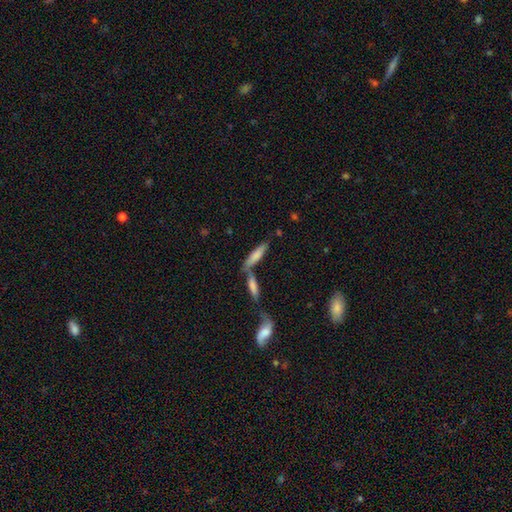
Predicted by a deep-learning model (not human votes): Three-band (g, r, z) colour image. It shows a smooth galaxy with no disk features (73%) that is cigar-shaped (70%). Merging: none (47%).